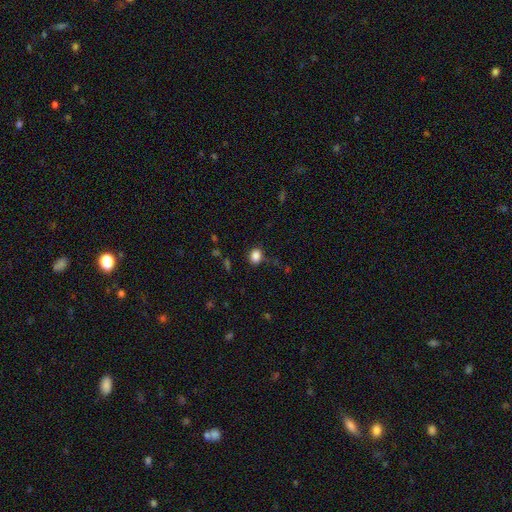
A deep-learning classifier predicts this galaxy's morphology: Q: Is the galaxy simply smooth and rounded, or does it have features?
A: smooth — 85%.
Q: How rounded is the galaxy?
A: in between — 52%.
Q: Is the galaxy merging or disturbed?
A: none — 77%.